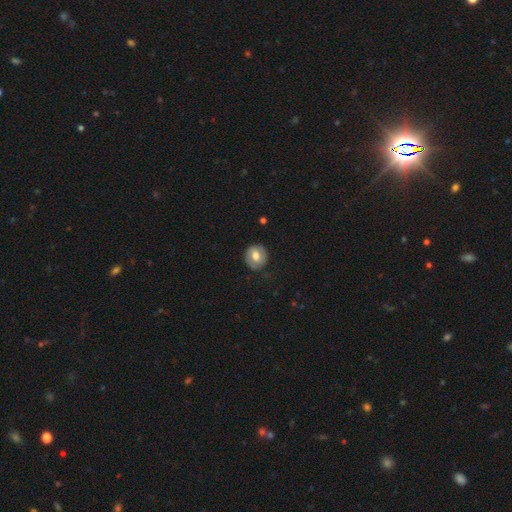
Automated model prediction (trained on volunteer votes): This is possibly a smooth galaxy (60%). How rounded: clearly round (83%). Merging: clearly none (82%).